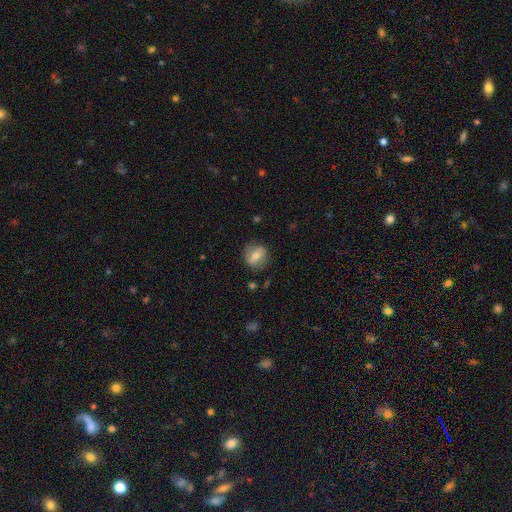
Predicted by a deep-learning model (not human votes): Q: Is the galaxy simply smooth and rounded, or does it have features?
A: smooth — 56%.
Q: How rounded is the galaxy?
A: round — 73%.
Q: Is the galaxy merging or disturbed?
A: none — 82%.